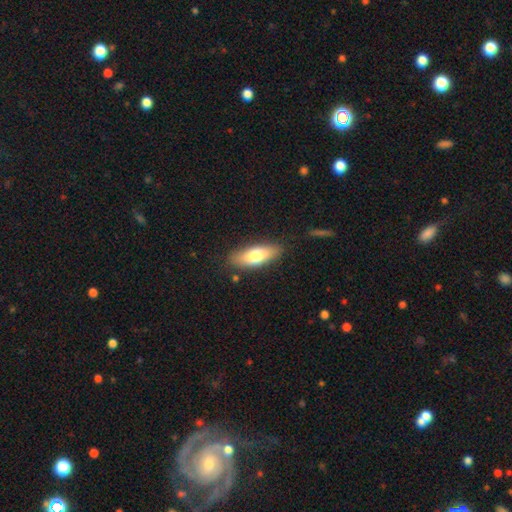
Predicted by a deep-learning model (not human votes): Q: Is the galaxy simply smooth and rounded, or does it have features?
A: smooth — 71%.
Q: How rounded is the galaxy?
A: in between — 67%.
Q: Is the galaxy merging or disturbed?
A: none — 84%.